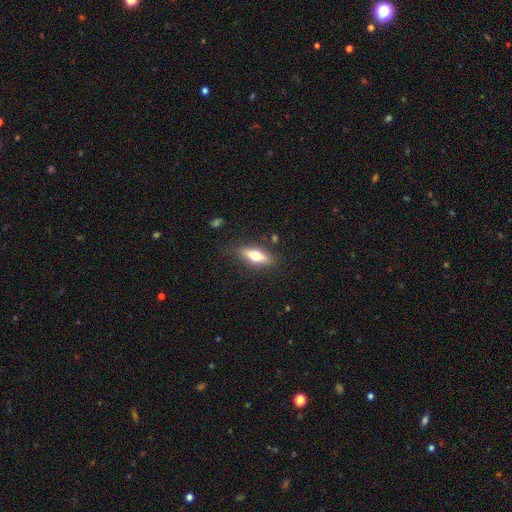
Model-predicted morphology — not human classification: This is possibly a smooth galaxy (59%). How rounded: possibly in between (55%). Merging: clearly none (81%).